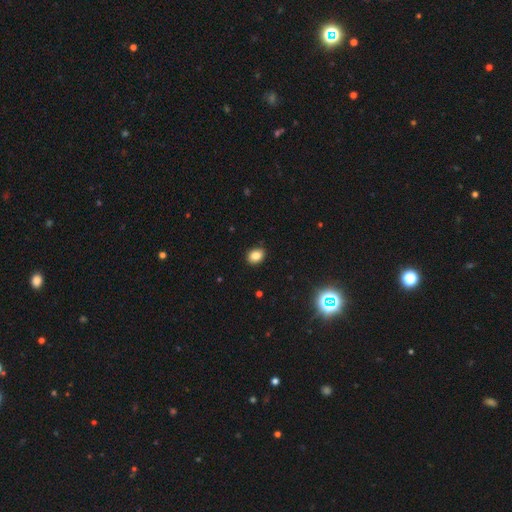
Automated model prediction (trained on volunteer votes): This is clearly a smooth galaxy (84%). How rounded: possibly in between (59%). Merging: clearly none (88%).